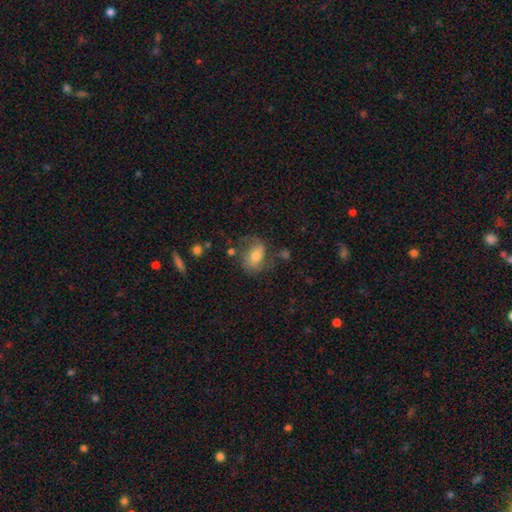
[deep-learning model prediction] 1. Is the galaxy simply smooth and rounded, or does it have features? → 45% featured or disk (tied), 45% smooth (tied), 10% star or artifact.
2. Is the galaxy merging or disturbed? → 55% none, 23% minor disturbance, 17% major disturbance, 5% merger.